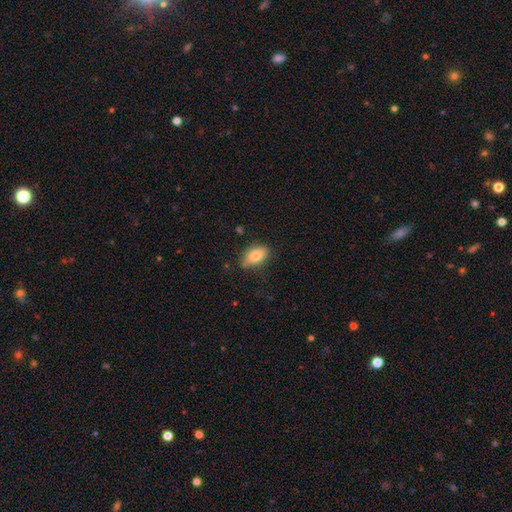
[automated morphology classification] A smooth galaxy with no disk features (79%) that is in between round and cigar-shaped (90%).

Vote fractions:
- Smooth or featured? smooth: 79% / featured or disk: 13% / star or artifact: 7%
- How rounded? in between: 90% / round: 6% / cigar-shaped: 4%
- Merging? none: 76% / minor disturbance: 19% / major disturbance: 4% / merger: 2%